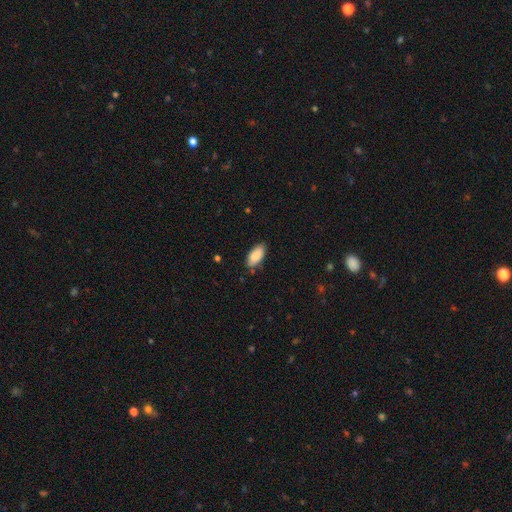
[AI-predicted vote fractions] This appears to be a smooth galaxy with no disk features (88%) that is in between round and cigar-shaped (91%). Merging: none (81%).